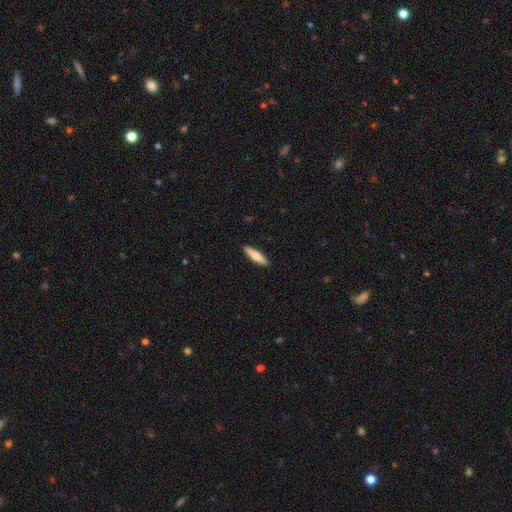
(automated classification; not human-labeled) smooth_or_featured: smooth (p=0.69) [alt: featured or disk p=0.26]
how_rounded: cigar-shaped (p=0.79) [alt: in between p=0.19]
merging: none (p=0.91) [alt: minor disturbance p=0.07]